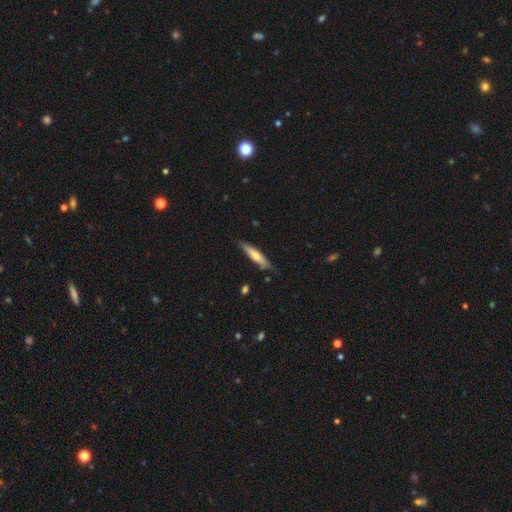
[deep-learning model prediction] Smooth or featured: smooth — 59% (featured or disk — 36%)
How rounded: cigar-shaped — 81% (in between — 18%)
Merging: none — 79% (minor disturbance — 16%)